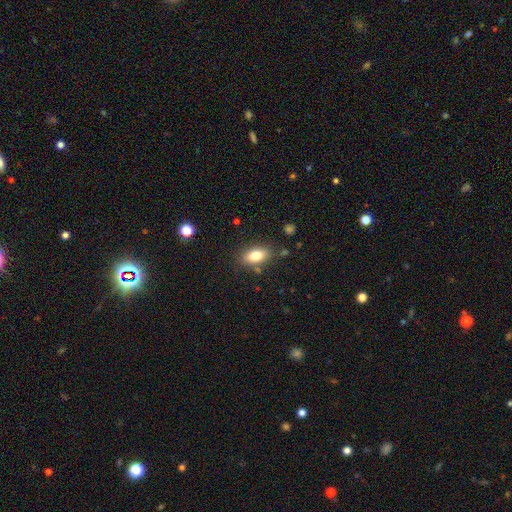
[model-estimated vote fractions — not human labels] Smooth or featured? smooth (80%)
How rounded? in between (88%)
Merging? none (81%)